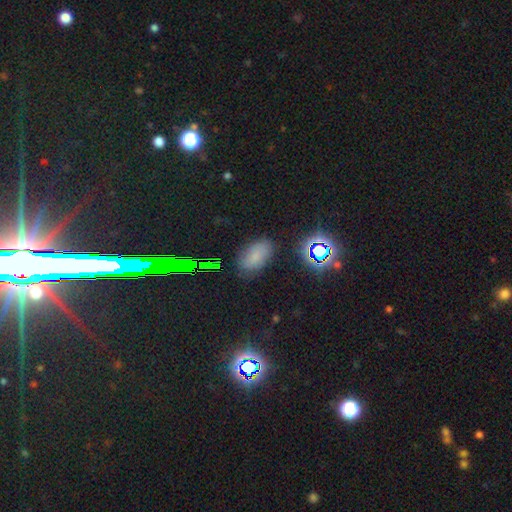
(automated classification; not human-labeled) smooth_or_featured: smooth (p=0.65) [alt: star or artifact p=0.24]
how_rounded: in between (p=0.92) [alt: round p=0.06]
merging: none (p=0.77) [alt: minor disturbance p=0.16]